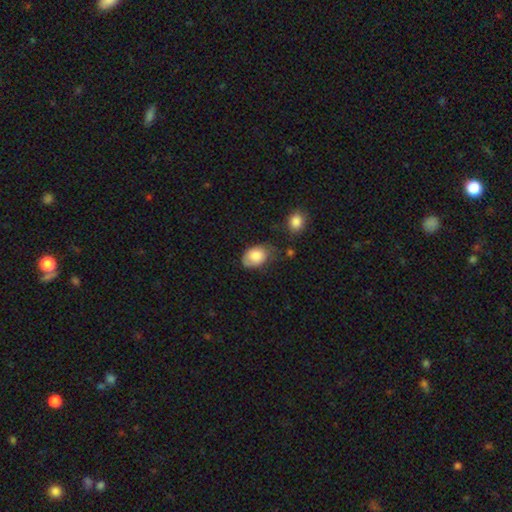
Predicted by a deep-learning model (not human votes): smooth 80%, featured or disk 13%, star or artifact 7%. Down the decision tree: how rounded — in between (82%); merging — none (50%).